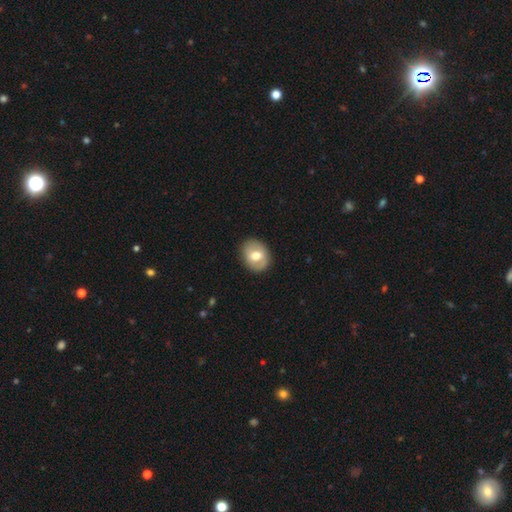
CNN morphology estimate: This appears to be a smooth galaxy with no disk features (61%) that is in between round and cigar-shaped (55%). Merging: none (85%).